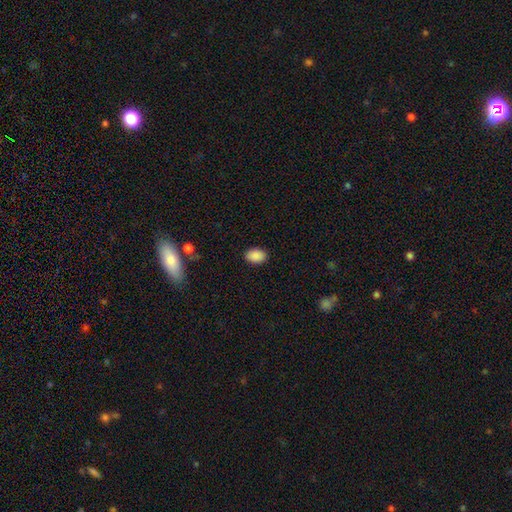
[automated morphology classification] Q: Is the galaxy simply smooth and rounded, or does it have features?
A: smooth — 89%.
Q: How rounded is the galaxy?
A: in between — 84%.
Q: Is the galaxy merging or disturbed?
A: none — 88%.